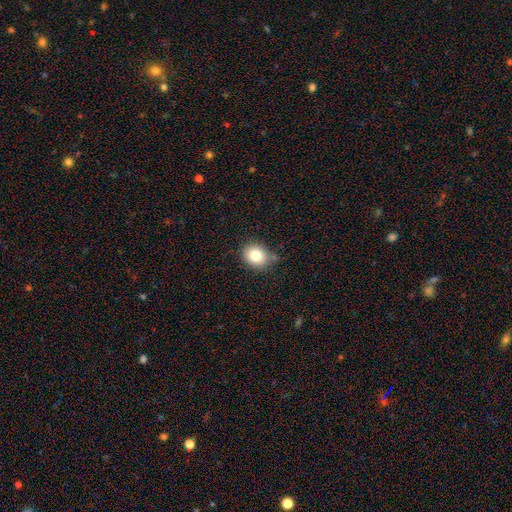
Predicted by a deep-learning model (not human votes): Smooth or featured? smooth (80%)
How rounded? round (66%)
Merging? none (75%)